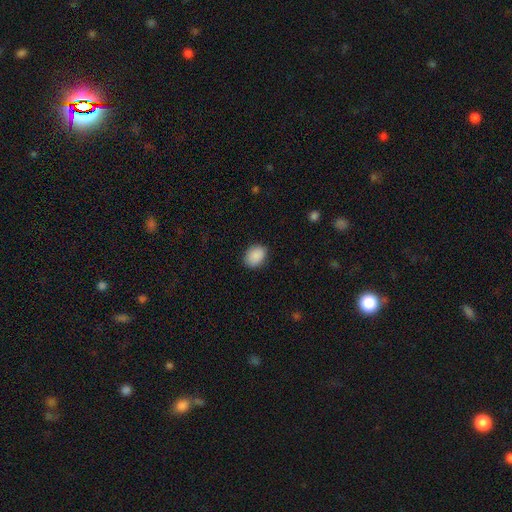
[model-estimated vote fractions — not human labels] A smooth galaxy with no disk features (90%) that is in between round and cigar-shaped (67%).

Vote fractions:
- Smooth or featured? smooth: 90% / star or artifact: 7% / featured or disk: 3%
- How rounded? in between: 67% / round: 33% / cigar-shaped: 1%
- Merging? none: 87% / minor disturbance: 9% / major disturbance: 2% / merger: 1%